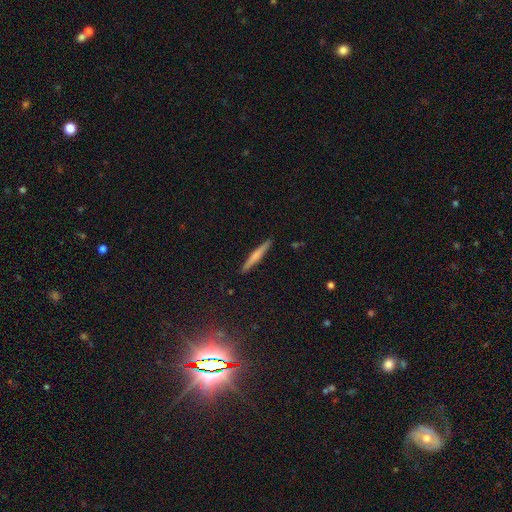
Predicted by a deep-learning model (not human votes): Smooth or featured? smooth (55%)
How rounded? cigar-shaped (96%)
Merging? none (91%)